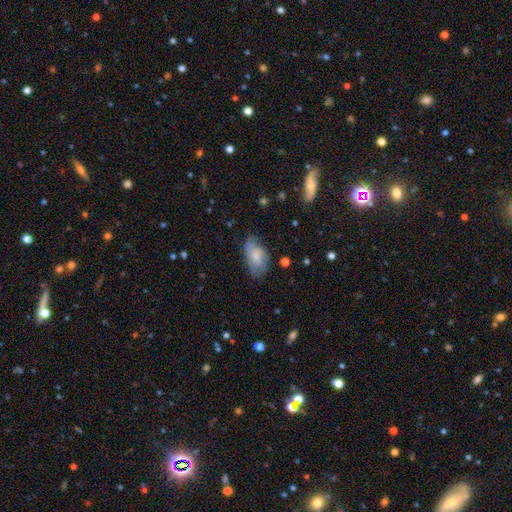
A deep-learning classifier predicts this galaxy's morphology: smooth 67%, featured or disk 25%, star or artifact 7%. Down the decision tree: how rounded — in between (93%); merging — none (57%).